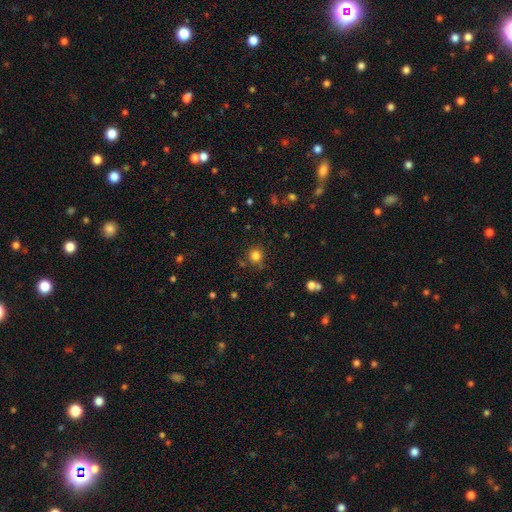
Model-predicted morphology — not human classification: smooth-or-featured: smooth: 81% | star or artifact: 14% | featured or disk: 5%
  how-rounded: round: 92% | in between: 7% | cigar-shaped: 1%
  merging: none: 83% | minor disturbance: 10% | merger: 4% | major disturbance: 3%